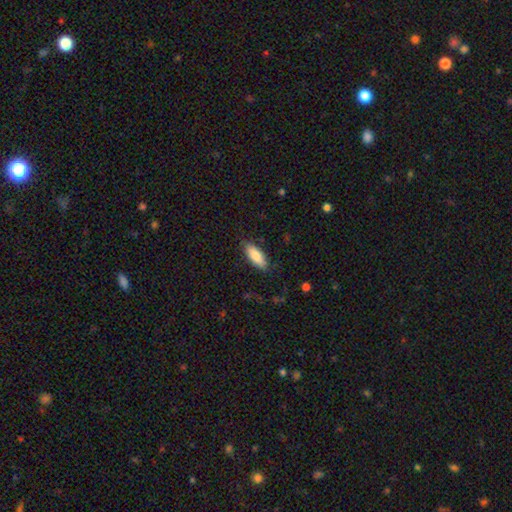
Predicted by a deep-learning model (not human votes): Smooth or featured? smooth (85%)
How rounded? in between (75%)
Merging? none (85%)